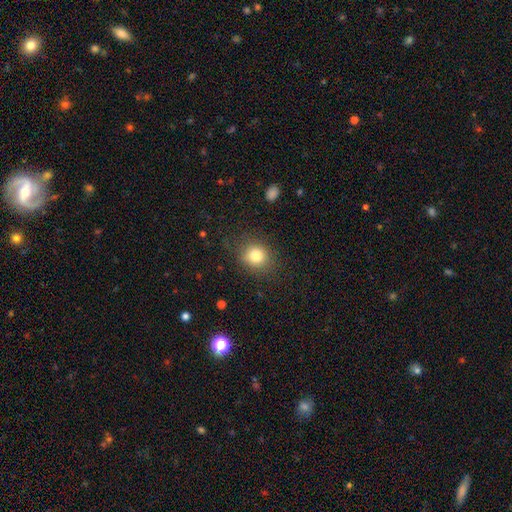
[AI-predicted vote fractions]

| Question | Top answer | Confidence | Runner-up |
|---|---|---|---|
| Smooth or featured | smooth | 82% | star or artifact (11%) |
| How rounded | round | 72% | in between (27%) |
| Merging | none | 80% | minor disturbance (14%) |